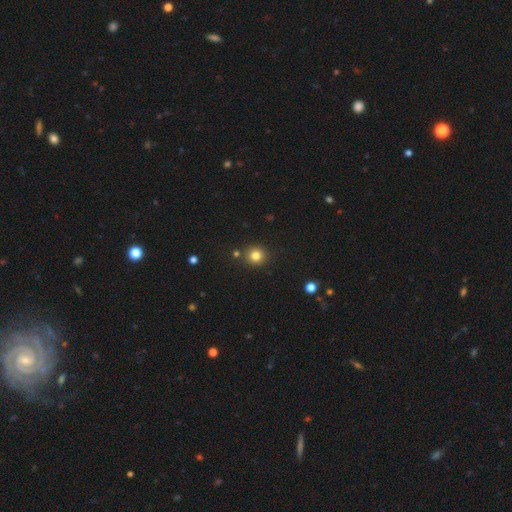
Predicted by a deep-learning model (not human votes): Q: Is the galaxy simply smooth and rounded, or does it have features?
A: smooth — 80%.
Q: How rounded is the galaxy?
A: round — 91%.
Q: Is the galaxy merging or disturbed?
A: none — 85%.